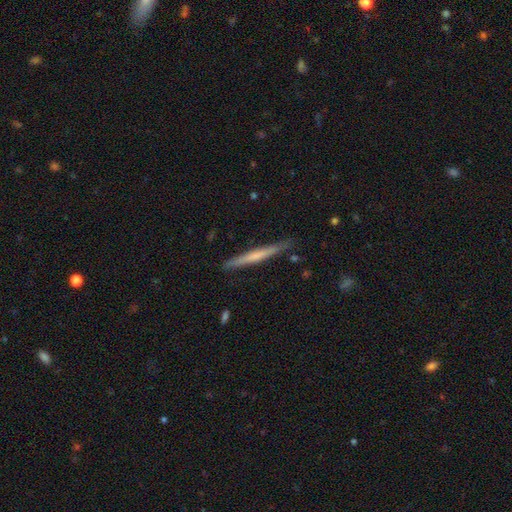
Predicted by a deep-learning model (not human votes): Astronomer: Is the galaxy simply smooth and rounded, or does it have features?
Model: featured or disk — 48% (runner-up: smooth, 47%).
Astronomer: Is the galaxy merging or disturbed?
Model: none — 86%.